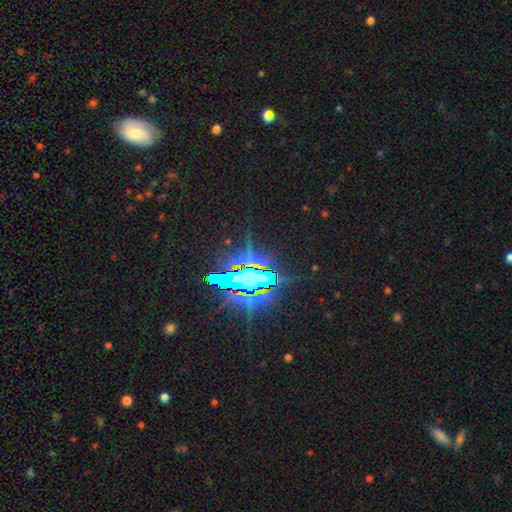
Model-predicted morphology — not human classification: Overall: star or artifact (82%).